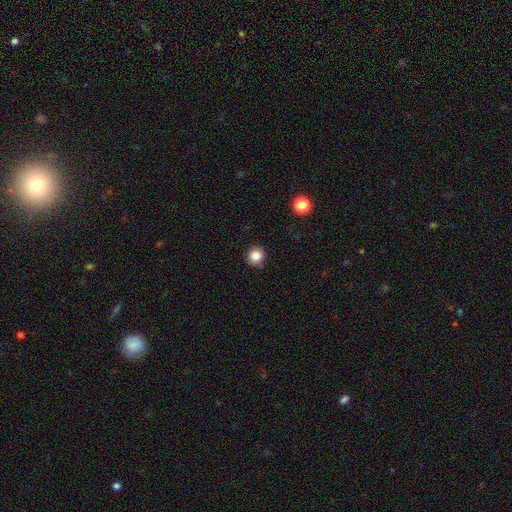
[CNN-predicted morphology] Smooth or featured: smooth — 85% (star or artifact — 11%)
How rounded: round — 93% (in between — 6%)
Merging: none — 91% (minor disturbance — 6%)